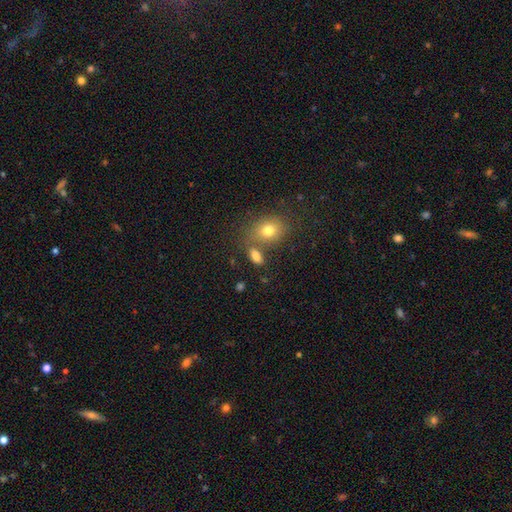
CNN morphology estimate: smooth-or-featured: smooth: 80% | star or artifact: 11% | featured or disk: 9%
  how-rounded: in between: 82% | round: 12% | cigar-shaped: 6%
  merging: none: 65% | merger: 18% | minor disturbance: 12% | major disturbance: 5%